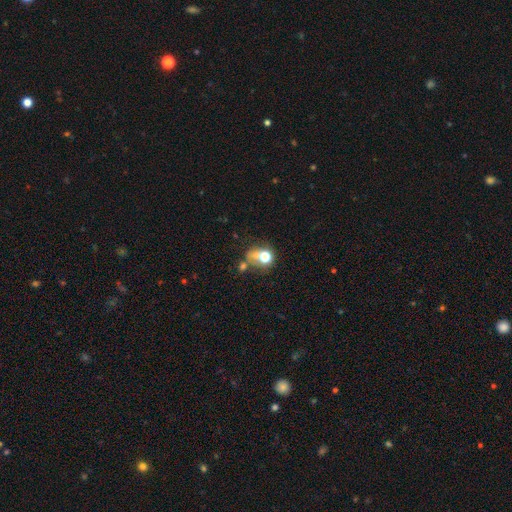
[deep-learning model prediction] Overall: smooth (56%; star or artifact 24%). How rounded: round (61%; in between 37%). Merging: merger (36%; none 32%).